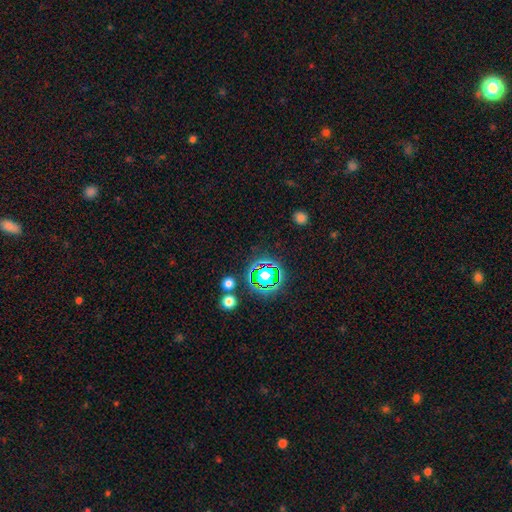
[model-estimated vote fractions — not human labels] A star or artifact, not a galaxy (75%).

Vote fractions:
- Smooth or featured? star or artifact: 75% / smooth: 16% / featured or disk: 9%